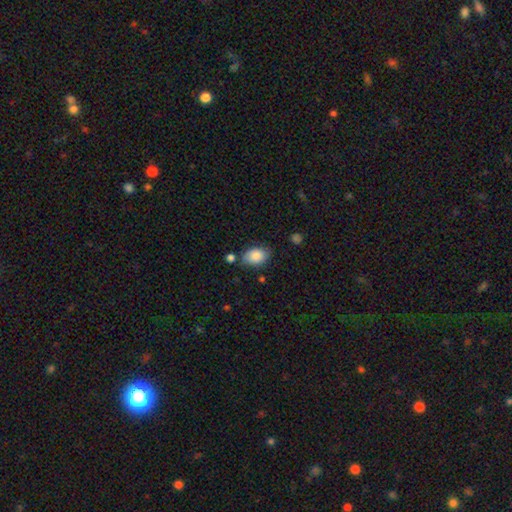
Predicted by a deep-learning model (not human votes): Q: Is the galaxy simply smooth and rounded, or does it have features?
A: smooth — 84%.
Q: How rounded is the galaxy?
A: in between — 86%.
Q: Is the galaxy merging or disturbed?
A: none — 72%.